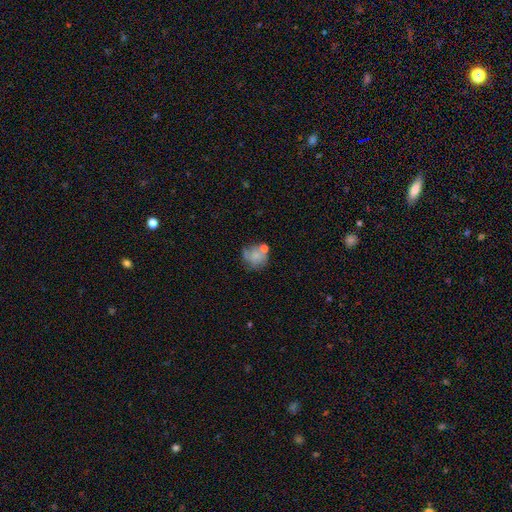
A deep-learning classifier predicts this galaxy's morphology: smooth-or-featured: smooth: 61% | featured or disk: 28% | star or artifact: 11%
  how-rounded: round: 79% | in between: 20% | cigar-shaped: 1%
  merging: none: 49% | minor disturbance: 22% | merger: 16% | major disturbance: 13%